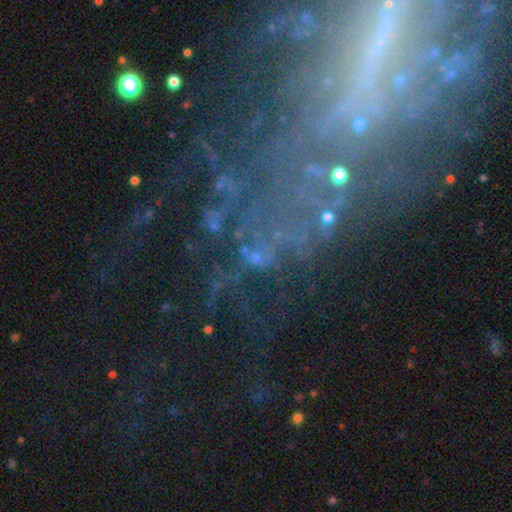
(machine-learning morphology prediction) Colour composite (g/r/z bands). It shows a featured or disk galaxy (42%, tied with star or artifact). Merging: none (53%).